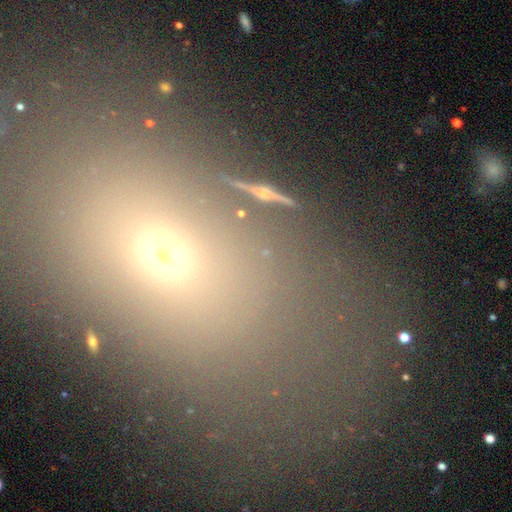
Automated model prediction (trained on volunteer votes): Q: Smooth or featured?
A: smooth (60%); runner-up: star or artifact (22%)
Q: How rounded?
A: in between (80%); runner-up: round (16%)
Q: Merging?
A: none (71%); runner-up: minor disturbance (14%)